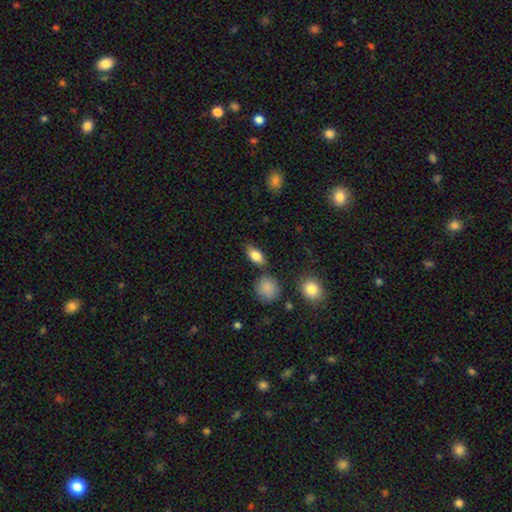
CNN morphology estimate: Smooth or featured? Predicted: smooth (p=0.80). How rounded? Predicted: in between (p=0.84). Merging? Predicted: none (p=0.79).